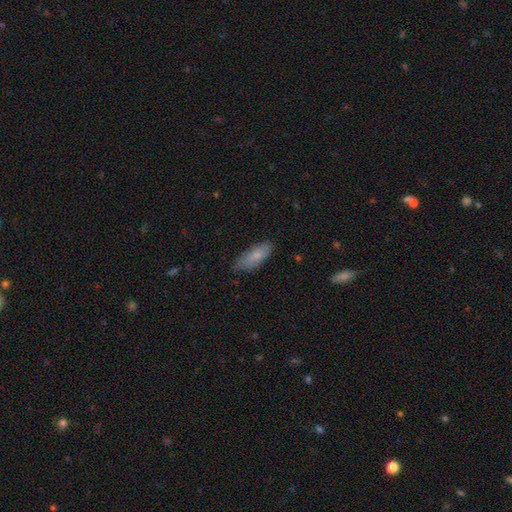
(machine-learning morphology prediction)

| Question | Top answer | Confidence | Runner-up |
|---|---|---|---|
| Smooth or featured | smooth | 82% | featured or disk (12%) |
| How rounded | in between | 68% | cigar-shaped (30%) |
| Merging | none | 75% | minor disturbance (20%) |